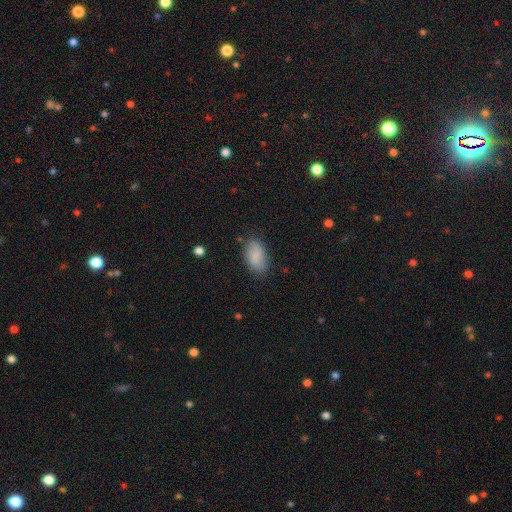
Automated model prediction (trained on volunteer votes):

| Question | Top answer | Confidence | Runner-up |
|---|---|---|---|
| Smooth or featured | smooth | 86% | featured or disk (8%) |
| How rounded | in between | 93% | round (5%) |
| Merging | none | 79% | minor disturbance (15%) |